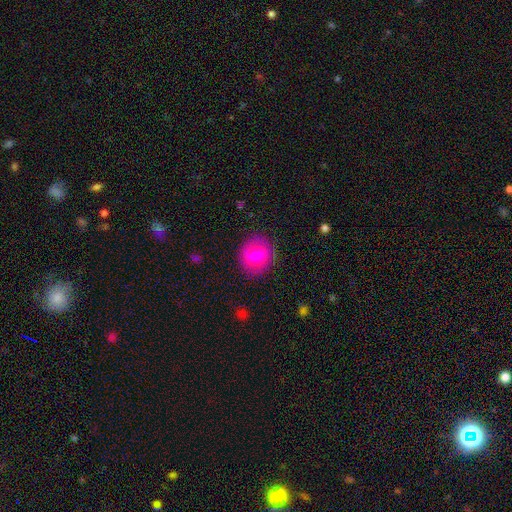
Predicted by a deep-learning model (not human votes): A smooth galaxy with no disk features (78%) that is round (82%).

Vote fractions:
- Smooth or featured? smooth: 78% / featured or disk: 15% / star or artifact: 7%
- How rounded? round: 82% / in between: 17% / cigar-shaped: 1%
- Merging? none: 85% / minor disturbance: 11% / major disturbance: 3% / merger: 1%